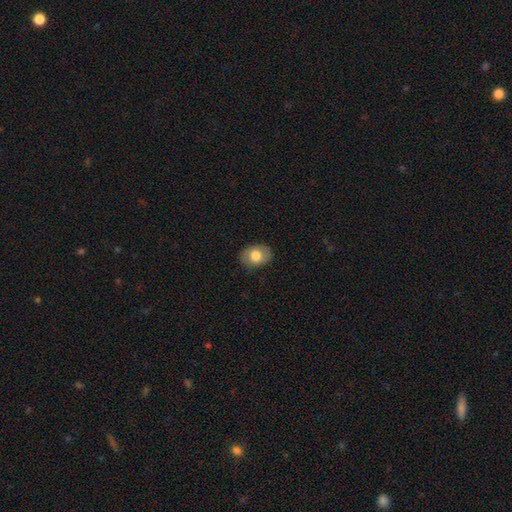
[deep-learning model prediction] A smooth galaxy with no disk features (76%) that is in between round and cigar-shaped (70%). Merging: none (85%).